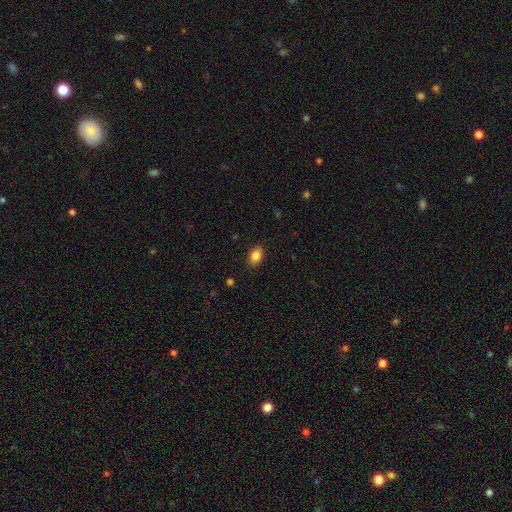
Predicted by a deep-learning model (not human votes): smooth 85%, star or artifact 9%, featured or disk 6%. Down the decision tree: how rounded — in between (80%); merging — none (88%).